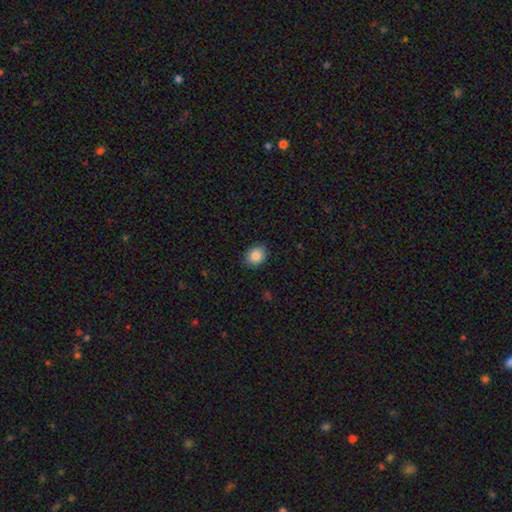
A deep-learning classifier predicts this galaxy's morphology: A smooth galaxy with no disk features (87%) that is round (54%).

Vote fractions:
- Smooth or featured? smooth: 87% / star or artifact: 8% / featured or disk: 5%
- How rounded? round: 54% / in between: 45% / cigar-shaped: 1%
- Merging? none: 87% / minor disturbance: 9% / major disturbance: 2% / merger: 1%